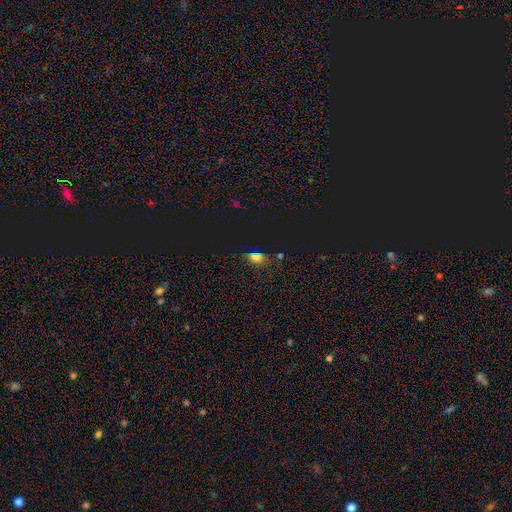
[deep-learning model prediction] smooth_or_featured: smooth (p=0.54) [alt: star or artifact p=0.33]
how_rounded: in between (p=0.72) [alt: round p=0.16]
merging: none (p=0.72) [alt: minor disturbance p=0.17]